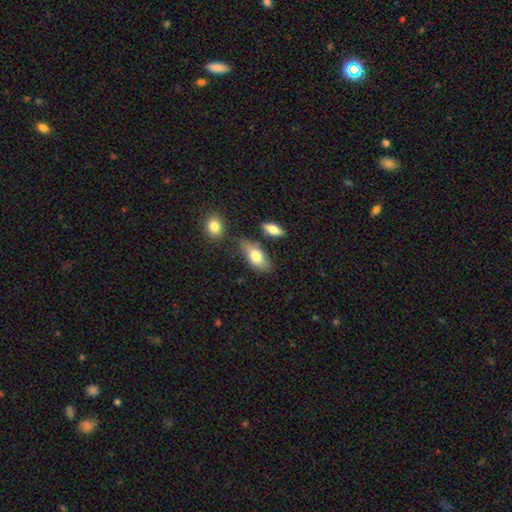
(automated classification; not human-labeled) smooth_or_featured: smooth (p=0.73) [alt: featured or disk p=0.20]
how_rounded: in between (p=0.85) [alt: cigar-shaped p=0.11]
merging: none (p=0.69) [alt: minor disturbance p=0.17]